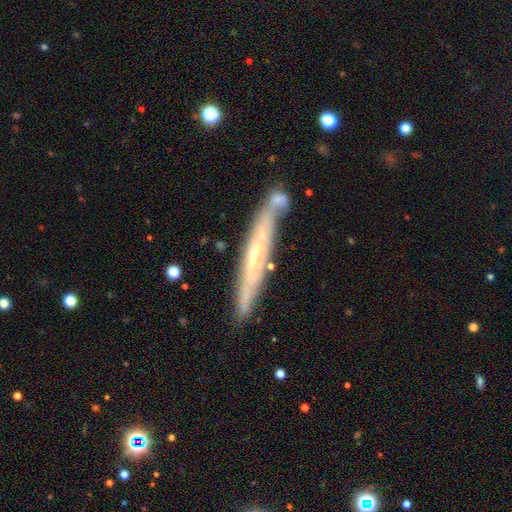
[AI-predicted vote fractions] Overall: featured or disk (64%; smooth 29%). Edge-on disk: yes (85%). Edge-on bulge: none (66%; rounded 28%). Merging: none (70%).